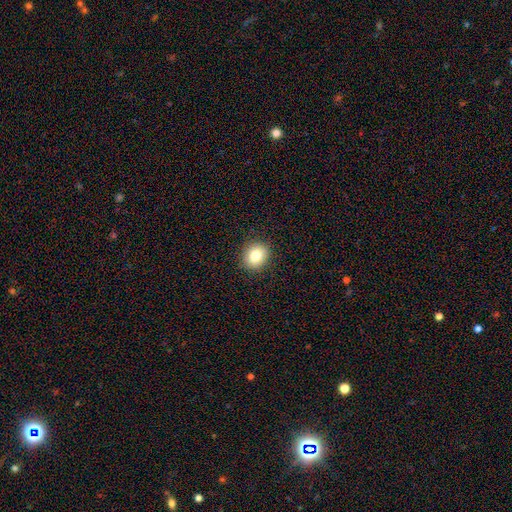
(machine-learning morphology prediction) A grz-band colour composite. It shows a smooth galaxy with no disk features (82%) that is round (66%). Merging: none (90%).